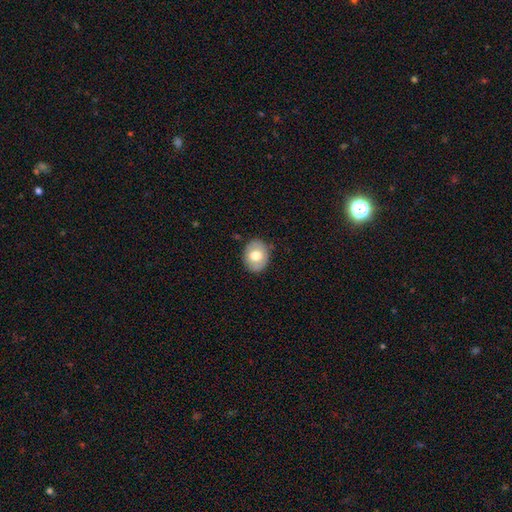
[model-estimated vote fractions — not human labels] Morphology: type=smooth (69%); roundness=in between (50%); merging=none (84%).